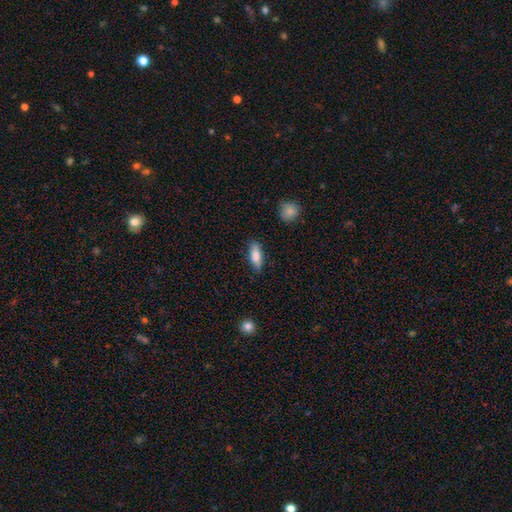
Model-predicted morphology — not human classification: Smooth or featured? smooth (79%)
How rounded? in between (66%)
Merging? none (84%)